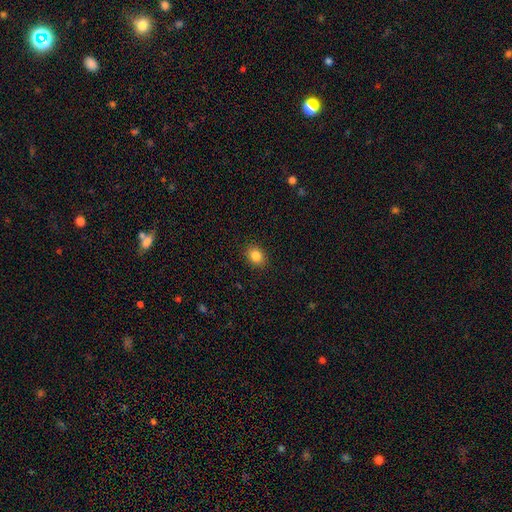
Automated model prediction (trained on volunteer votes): Smooth or featured: smooth — 85% (star or artifact — 10%)
How rounded: round — 50% (in between — 49%)
Merging: none — 90% (minor disturbance — 7%)